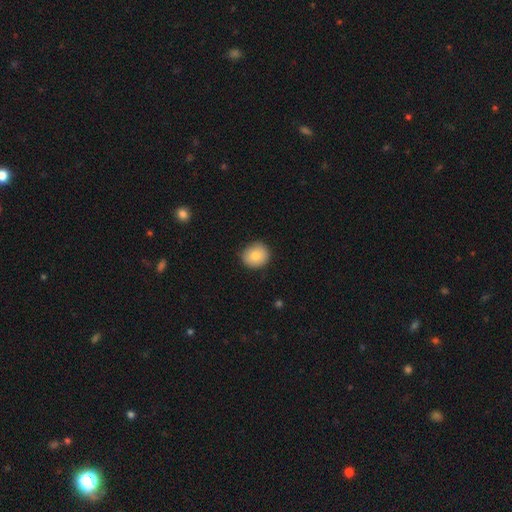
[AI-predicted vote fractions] smooth_or_featured: smooth (p=0.81) [alt: featured or disk p=0.11]
how_rounded: round (p=0.84) [alt: in between p=0.15]
merging: none (p=0.86) [alt: minor disturbance p=0.11]